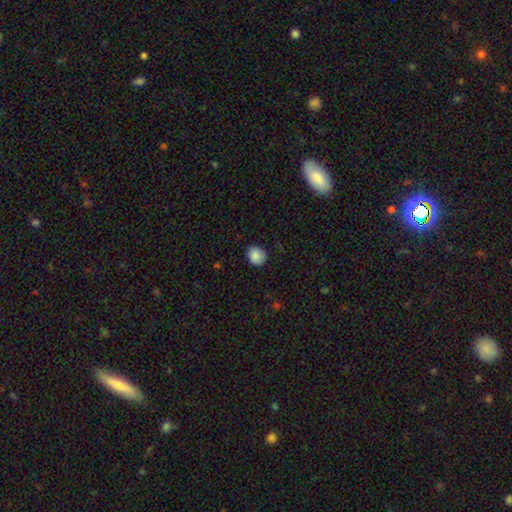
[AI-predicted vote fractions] Smooth or featured? Predicted: smooth (p=0.88). How rounded? Predicted: round (p=0.76). Merging? Predicted: none (p=0.86).